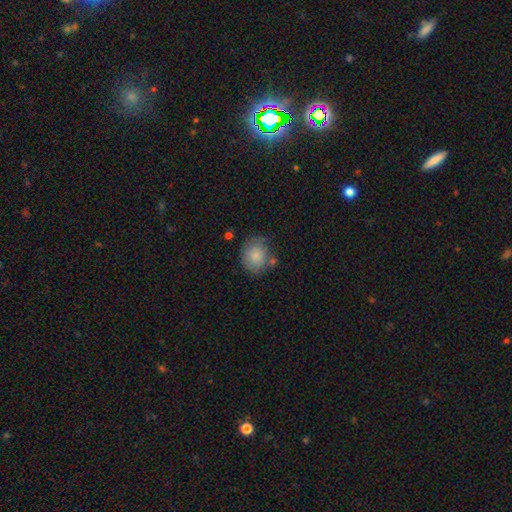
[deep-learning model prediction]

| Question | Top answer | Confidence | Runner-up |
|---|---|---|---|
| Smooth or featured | smooth | 83% | featured or disk (10%) |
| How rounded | round | 71% | in between (28%) |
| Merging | none | 63% | minor disturbance (22%) |